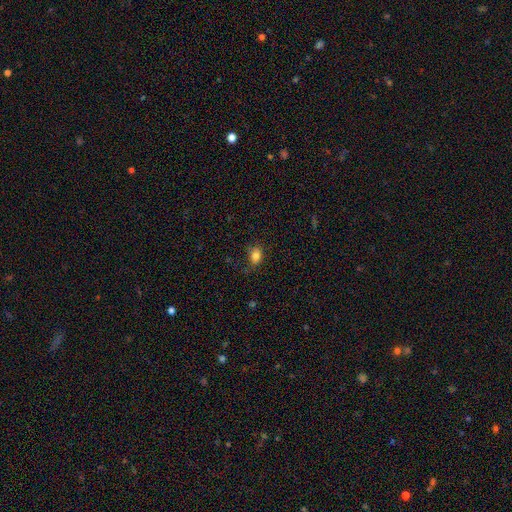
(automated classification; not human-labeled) The model was most divided on "how rounded": in between: 73%, round: 25%, cigar-shaped: 2%. More confident: smooth or featured — smooth (83%); merging — none (78%).